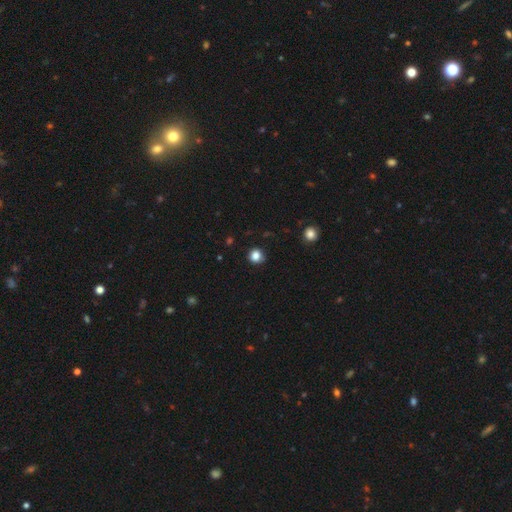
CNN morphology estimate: Smooth or featured? Predicted: smooth (p=0.83). How rounded? Predicted: round (p=0.90). Merging? Predicted: none (p=0.86).